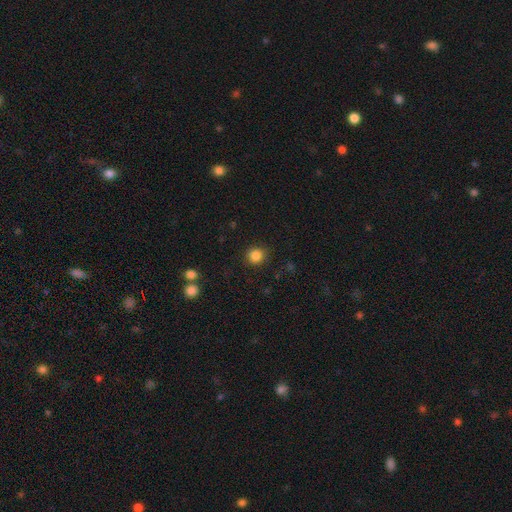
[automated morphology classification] This appears to be a smooth galaxy with no disk features (85%) that is round (90%). Merging: none (88%).